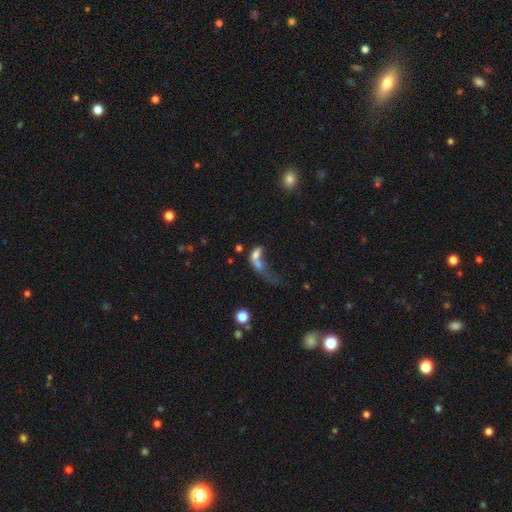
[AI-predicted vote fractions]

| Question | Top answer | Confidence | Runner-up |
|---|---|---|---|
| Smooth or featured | smooth | 58% | featured or disk (29%) |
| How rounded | in between | 64% | cigar-shaped (20%) |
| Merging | merger | 43% | major disturbance (34%) |